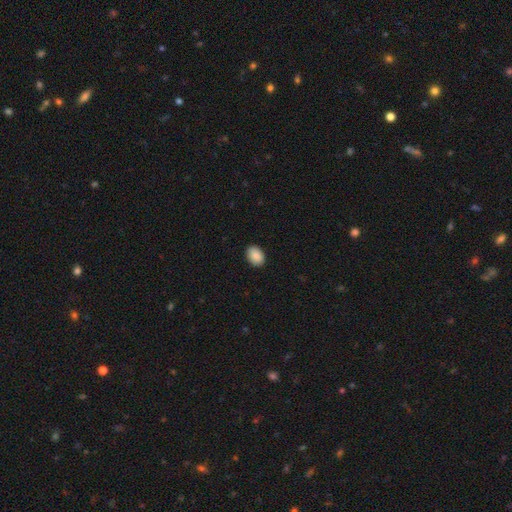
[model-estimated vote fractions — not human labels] The model was most divided on "how rounded": in between: 80%, round: 18%, cigar-shaped: 1%. More confident: smooth or featured — smooth (89%); merging — none (89%).